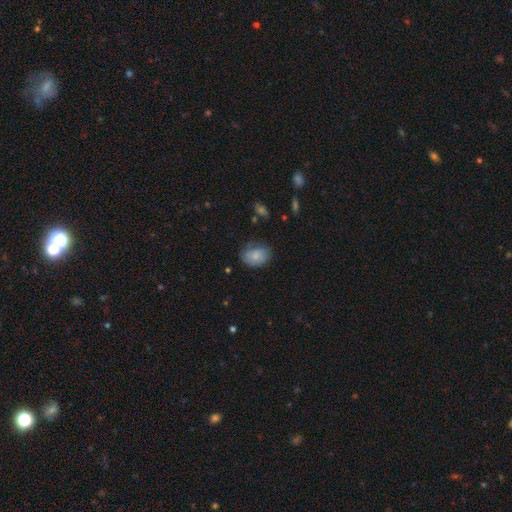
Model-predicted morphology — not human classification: Smooth or featured: smooth — 75% (featured or disk — 17%)
How rounded: in between — 71% (round — 28%)
Merging: none — 62% (minor disturbance — 28%)